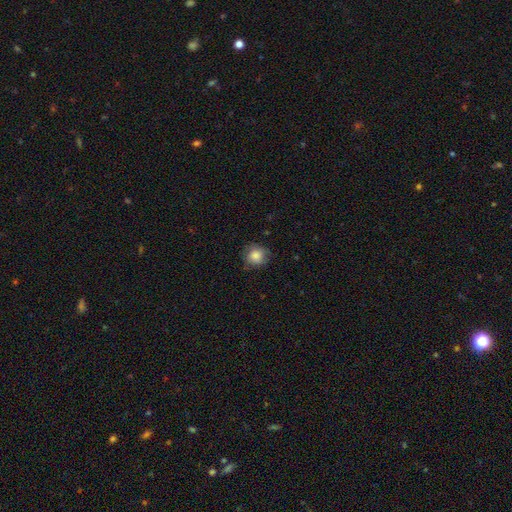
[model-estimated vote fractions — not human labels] Smooth or featured? smooth (82%)
How rounded? round (86%)
Merging? none (74%)